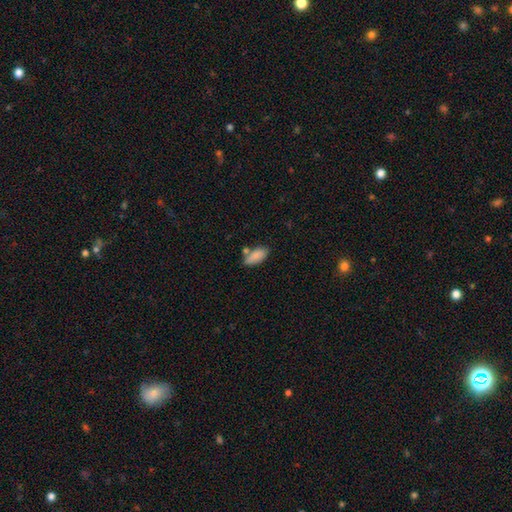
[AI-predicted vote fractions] Q: Smooth or featured?
A: smooth (86%); runner-up: featured or disk (7%)
Q: How rounded?
A: in between (87%); runner-up: cigar-shaped (11%)
Q: Merging?
A: none (66%); runner-up: minor disturbance (16%)